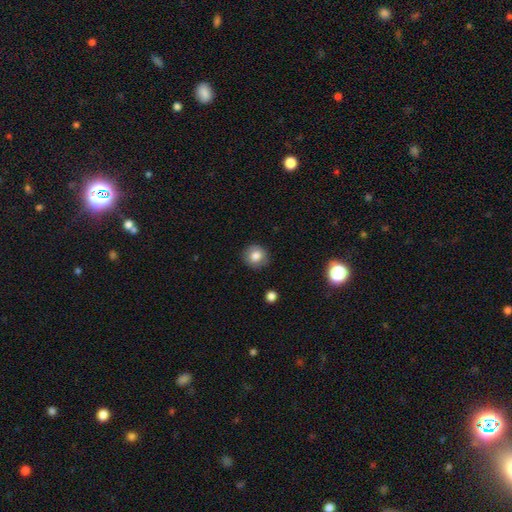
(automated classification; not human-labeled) Overall: smooth (81%). How rounded: round (86%). Merging: none (86%).